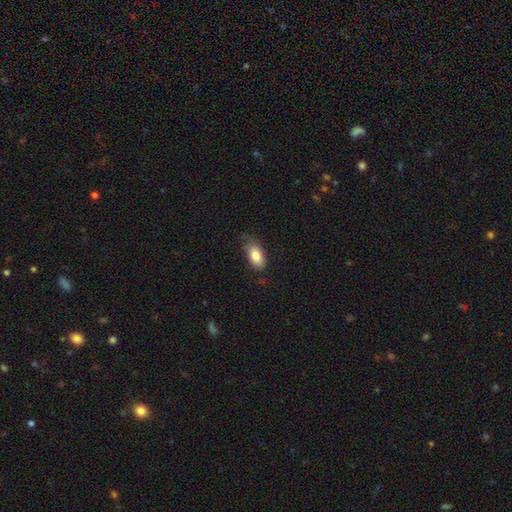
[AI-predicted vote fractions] This appears to be a smooth galaxy with no disk features (85%) that is in between round and cigar-shaped (91%). Merging: none (66%).